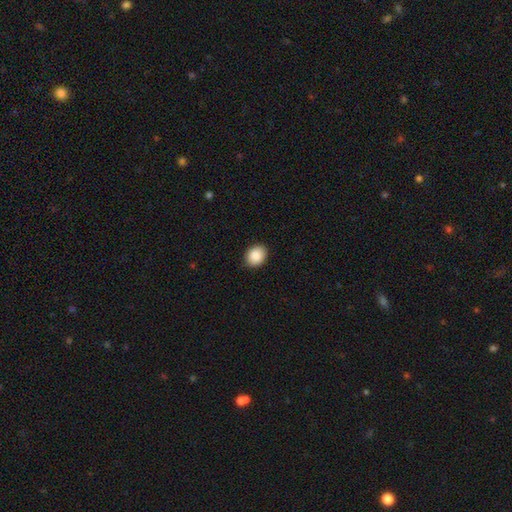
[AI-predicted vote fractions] Overall: smooth (89%). How rounded: in between (58%; round 42%). Merging: none (89%).